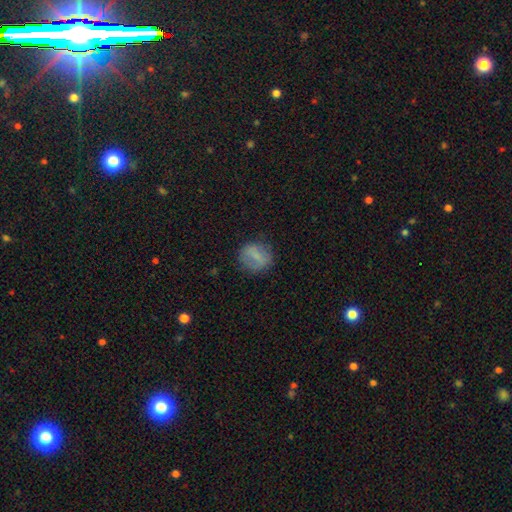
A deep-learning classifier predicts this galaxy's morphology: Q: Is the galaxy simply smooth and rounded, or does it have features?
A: smooth — 68%.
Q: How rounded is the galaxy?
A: round — 72%.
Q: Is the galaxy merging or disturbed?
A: none — 75%.